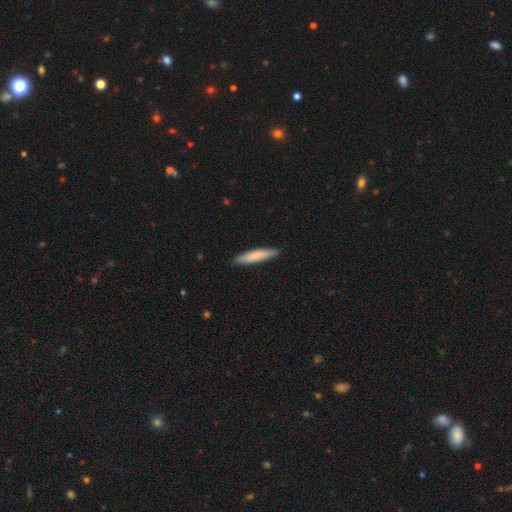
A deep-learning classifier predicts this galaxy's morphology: Smooth or featured?
  - smooth: 78% *
  - featured or disk: 17%
  - star or artifact: 5%
How rounded?
  - cigar-shaped: 89% *
  - in between: 10%
  - round: 1%
Merging?
  - none: 90% *
  - minor disturbance: 8%
  - major disturbance: 1%
  - merger: 1%